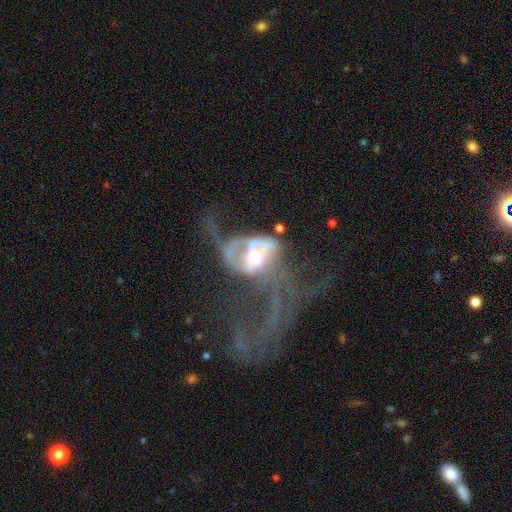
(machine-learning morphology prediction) A featured or disk galaxy (76%) with no bar (56%), spiral arms (62%) and a moderate central bulge (69%).

Vote fractions:
- Smooth or featured? featured or disk: 76% / smooth: 15% / star or artifact: 9%
- Edge-on disk? no: 95% / yes: 5%
- Bar? no: 56% / weak: 28% / strong: 17%
- Spiral arms? yes: 62% / no: 38%
- Bulge size? moderate: 69% / large: 14% / small: 13% / dominant: 2% / none: 2%
- Merging? major disturbance: 62% / merger: 16% / none: 14% / minor disturbance: 9%